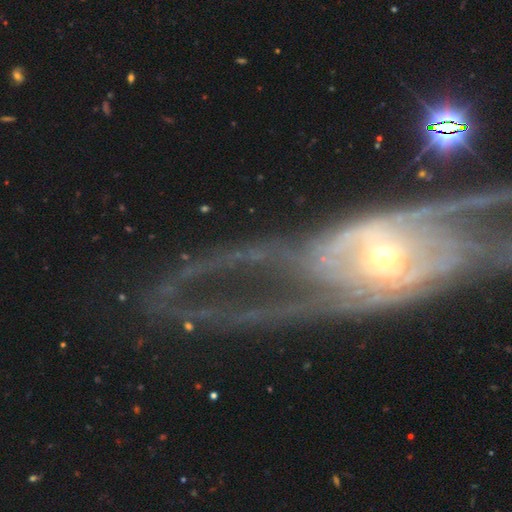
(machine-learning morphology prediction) Smooth or featured? featured or disk (82%)
Edge-on disk? no (86%)
Bar? no (51%)
Spiral arms? yes (78%)
Spiral winding? tight (40%)
Spiral arm count? 2 (44%)
Bulge size? small (49%)
Merging? none (58%)